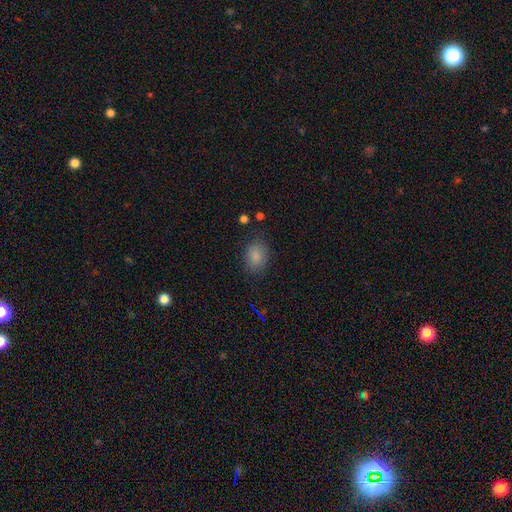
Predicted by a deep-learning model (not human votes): Smooth or featured? Predicted: smooth (p=0.84). How rounded? Predicted: in between (p=0.68). Merging? Predicted: none (p=0.80).